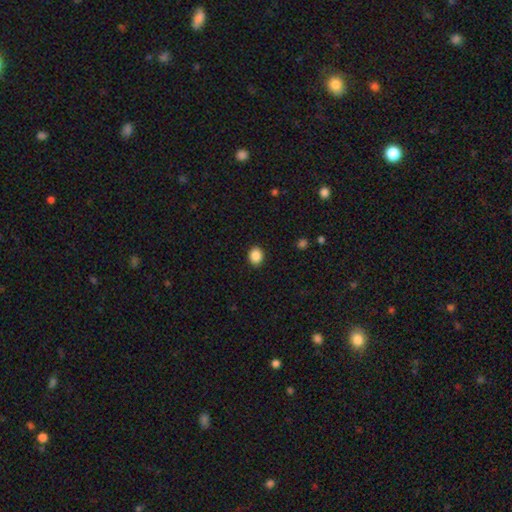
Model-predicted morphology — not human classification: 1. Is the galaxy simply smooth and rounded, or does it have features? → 87% smooth, 9% star or artifact, 3% featured or disk.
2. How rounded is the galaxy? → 61% round, 38% in between, 1% cigar-shaped.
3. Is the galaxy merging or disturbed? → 91% none, 6% minor disturbance, 2% major disturbance, 1% merger.